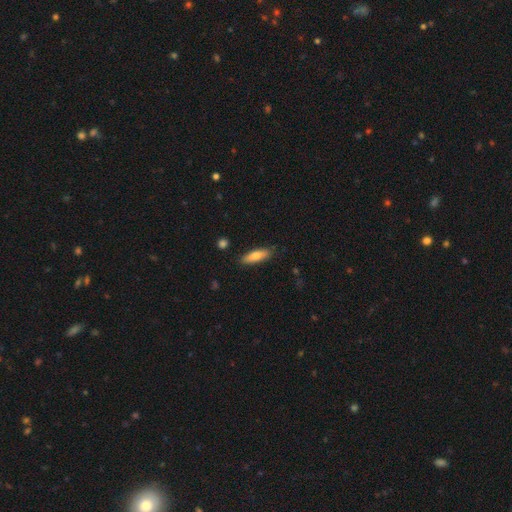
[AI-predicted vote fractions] Overall: smooth (73%). How rounded: cigar-shaped (53%; in between 45%). Merging: none (84%).